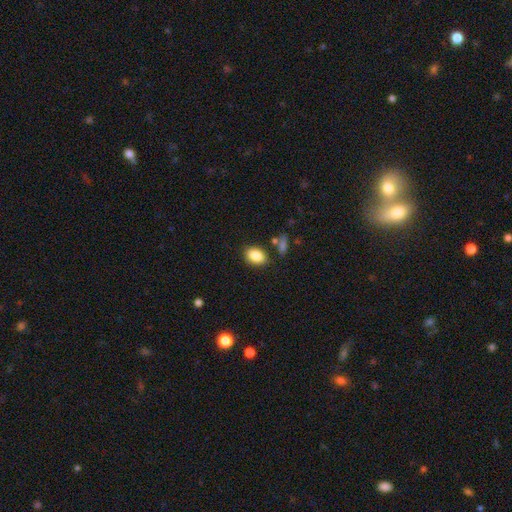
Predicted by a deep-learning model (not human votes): smooth-or-featured: smooth: 87% | star or artifact: 8% | featured or disk: 5%
  how-rounded: in between: 81% | round: 17% | cigar-shaped: 1%
  merging: none: 80% | minor disturbance: 12% | merger: 5% | major disturbance: 3%